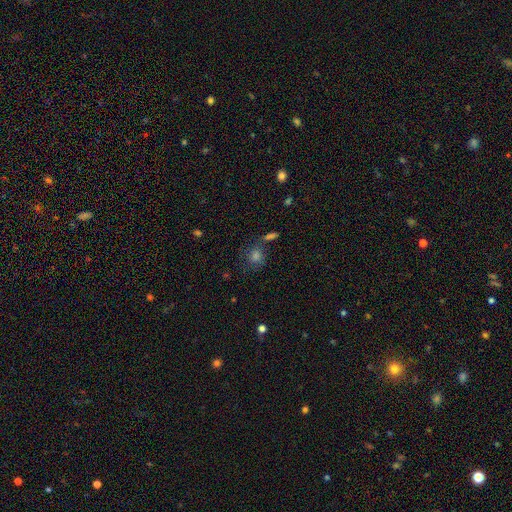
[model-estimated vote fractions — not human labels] smooth 61%, star or artifact 25%, featured or disk 14%. Down the decision tree: how rounded — round (75%); merging — none (66%).